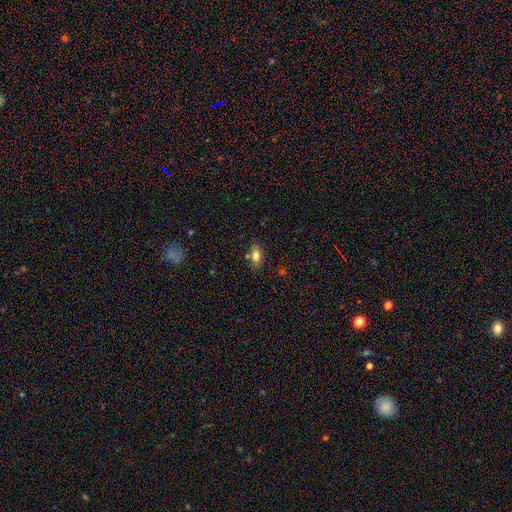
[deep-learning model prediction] A smooth galaxy with no disk features (77%) that is in between round and cigar-shaped (85%). Merging: none (73%).